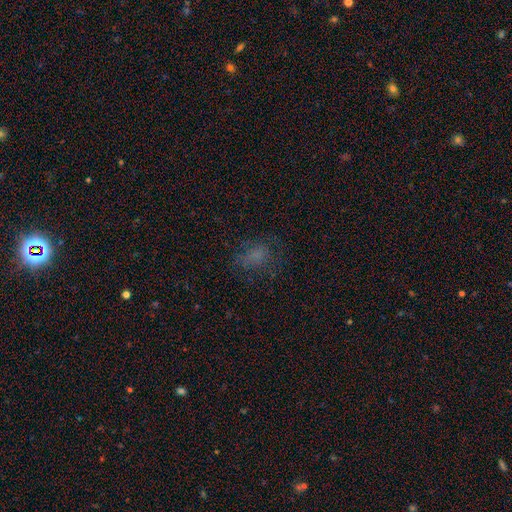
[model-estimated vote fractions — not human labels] Smooth or featured: smooth — 62% (star or artifact — 22%)
How rounded: in between — 64% (round — 33%)
Merging: none — 60% (minor disturbance — 20%)